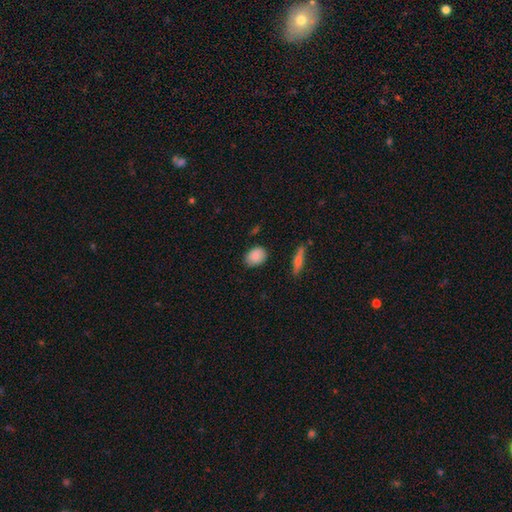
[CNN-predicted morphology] This is clearly a smooth galaxy (87%). How rounded: likely in between (64%). Merging: clearly none (80%).